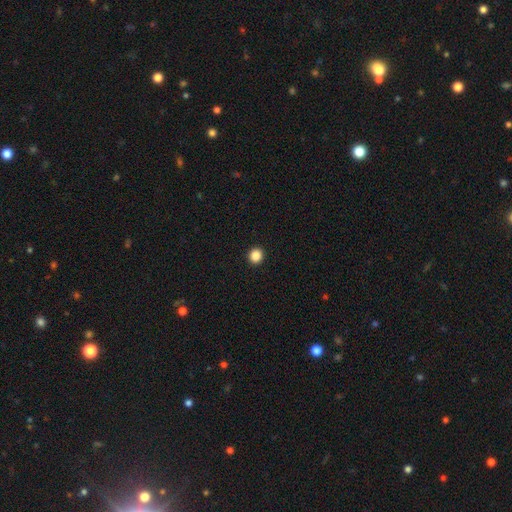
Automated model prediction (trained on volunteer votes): Smooth or featured? smooth (87%)
How rounded? round (90%)
Merging? none (94%)